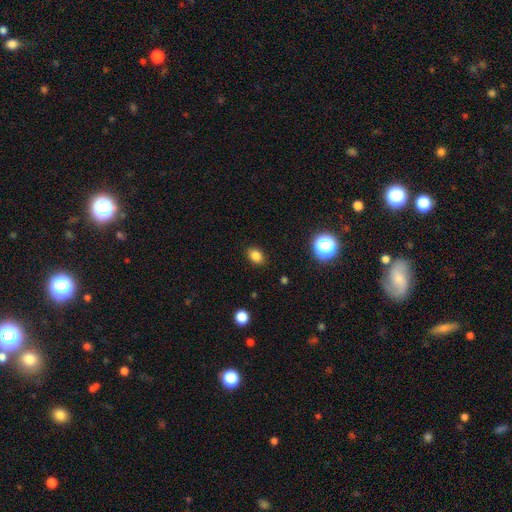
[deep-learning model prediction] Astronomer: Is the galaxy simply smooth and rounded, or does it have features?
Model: smooth — 83%.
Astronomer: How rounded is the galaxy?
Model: in between — 66%.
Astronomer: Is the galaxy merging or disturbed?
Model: none — 88%.